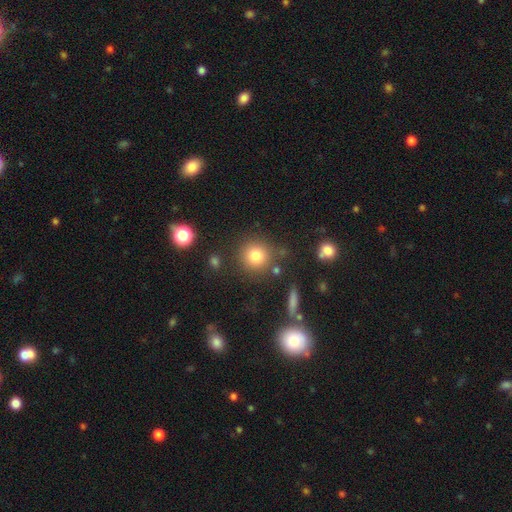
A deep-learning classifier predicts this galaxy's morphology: Q: Smooth or featured?
A: smooth (79%); runner-up: star or artifact (13%)
Q: How rounded?
A: round (92%); runner-up: in between (7%)
Q: Merging?
A: none (81%); runner-up: minor disturbance (9%)